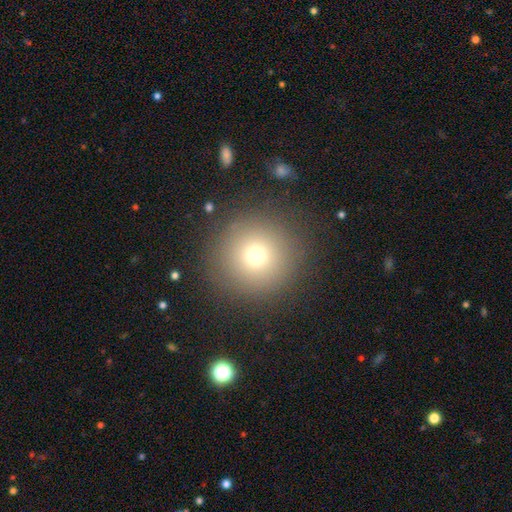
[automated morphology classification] smooth-or-featured: smooth: 72% | star or artifact: 17% | featured or disk: 11%
  how-rounded: round: 96% | in between: 3% | cigar-shaped: 1%
  merging: none: 88% | minor disturbance: 6% | major disturbance: 4% | merger: 1%